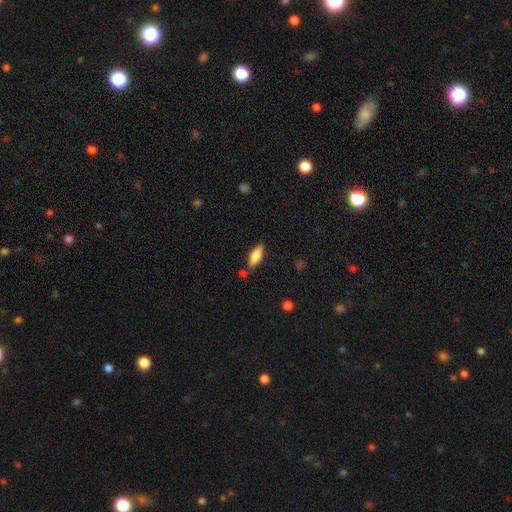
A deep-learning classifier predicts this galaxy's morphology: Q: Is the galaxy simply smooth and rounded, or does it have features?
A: smooth — 76%.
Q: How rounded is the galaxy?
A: in between — 70%.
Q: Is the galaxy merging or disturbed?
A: none — 73%.